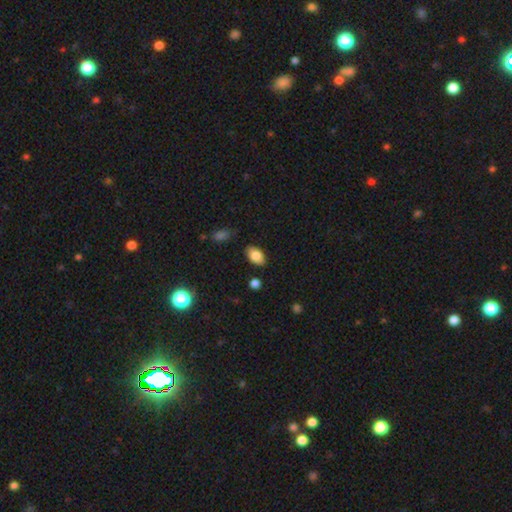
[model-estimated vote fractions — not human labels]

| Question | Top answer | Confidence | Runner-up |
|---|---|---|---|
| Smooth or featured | smooth | 82% | featured or disk (10%) |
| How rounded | in between | 92% | round (6%) |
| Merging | none | 84% | minor disturbance (12%) |